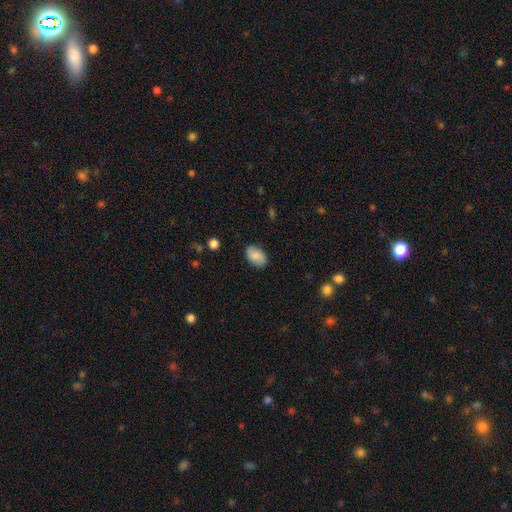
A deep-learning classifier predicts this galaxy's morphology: Overall: smooth (82%). How rounded: in between (88%). Merging: none (83%).